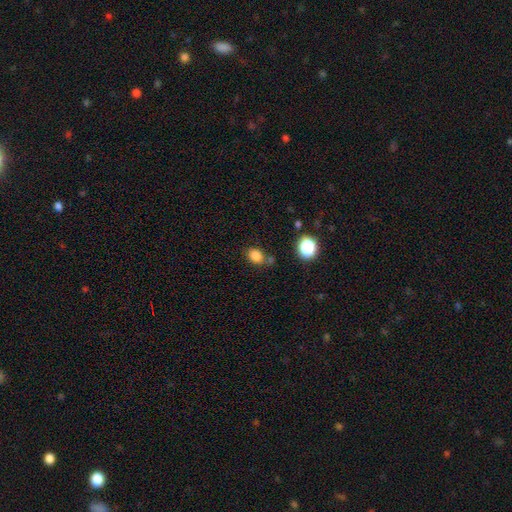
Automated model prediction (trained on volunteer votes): Morphology: type=smooth (82%); roundness=in between (60%); merging=none (68%).